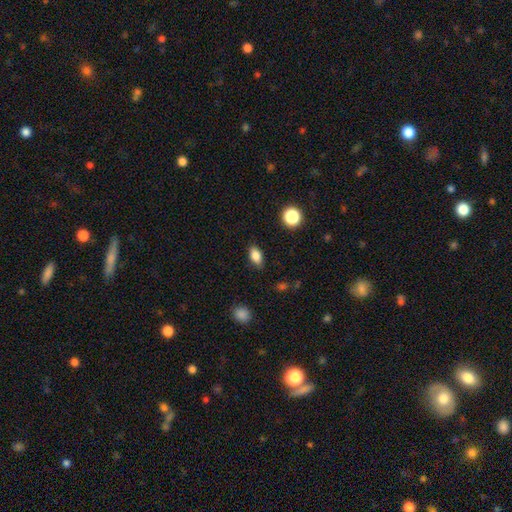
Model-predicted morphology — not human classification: A smooth galaxy with no disk features (83%) that is in between round and cigar-shaped (85%). Merging: none (85%).